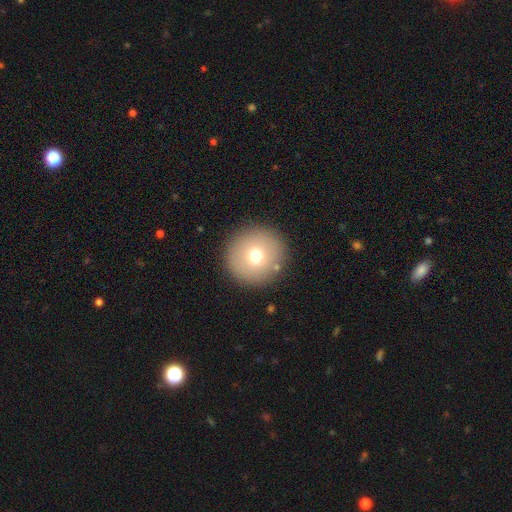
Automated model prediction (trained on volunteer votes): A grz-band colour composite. It shows a smooth galaxy with no disk features (70%) that is round (96%). Merging: none (89%).